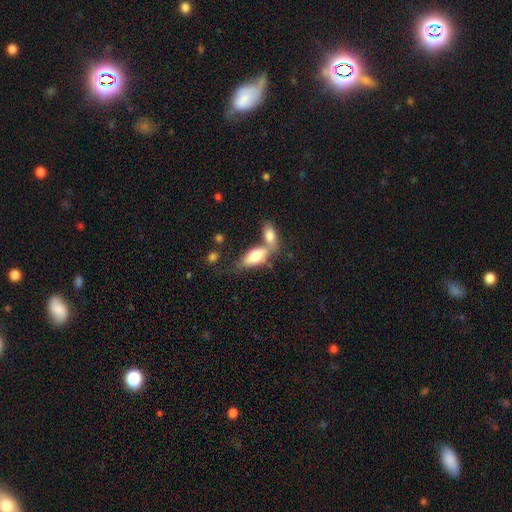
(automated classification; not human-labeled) Smooth or featured: smooth — 73% (featured or disk — 21%)
How rounded: in between — 82% (cigar-shaped — 15%)
Merging: merger — 53% (none — 30%)